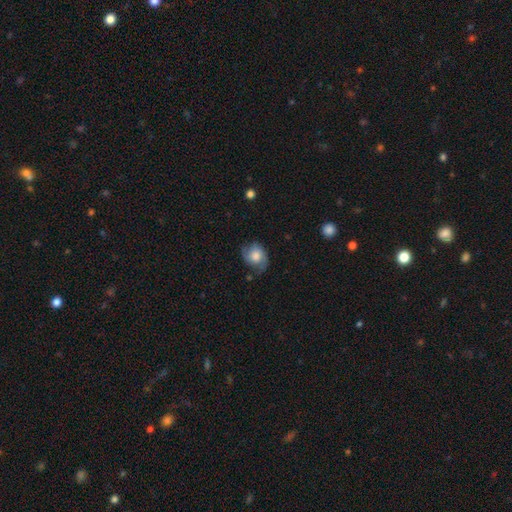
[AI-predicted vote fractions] Smooth or featured: smooth — 50% (featured or disk — 42%)
Merging: none — 55% (minor disturbance — 29%)